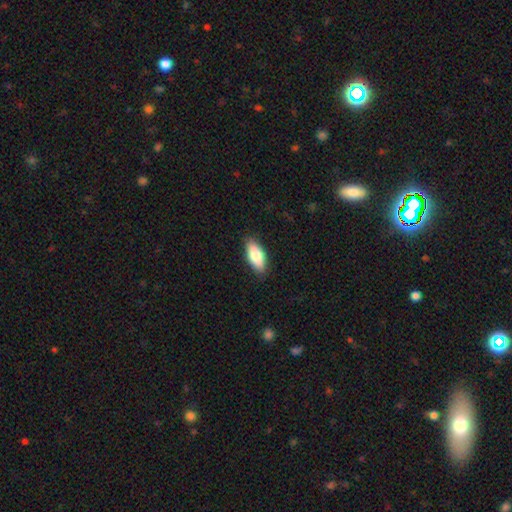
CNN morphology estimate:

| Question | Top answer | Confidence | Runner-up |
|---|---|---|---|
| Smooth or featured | smooth | 80% | featured or disk (14%) |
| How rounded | in between | 85% | cigar-shaped (13%) |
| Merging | none | 87% | minor disturbance (10%) |